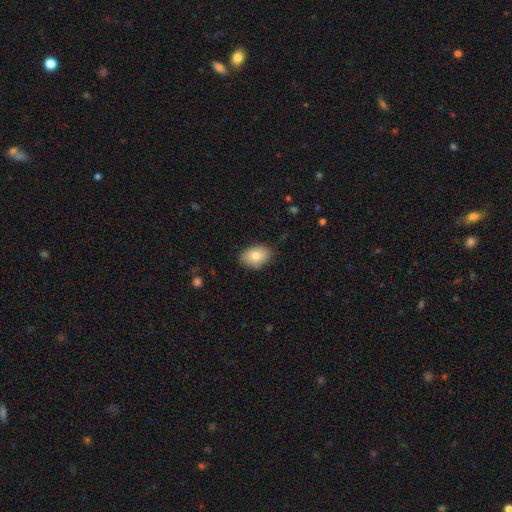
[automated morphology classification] smooth-or-featured: smooth: 81% | featured or disk: 11% | star or artifact: 8%
  how-rounded: in between: 82% | round: 17% | cigar-shaped: 1%
  merging: none: 83% | minor disturbance: 14% | major disturbance: 2% | merger: 1%